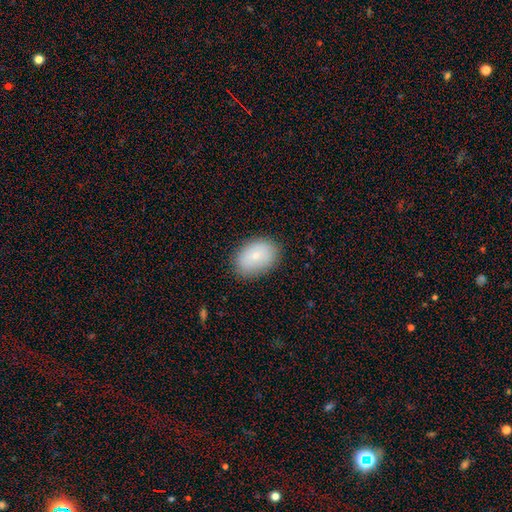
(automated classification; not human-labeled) smooth-or-featured: smooth: 79% | featured or disk: 14% | star or artifact: 8%
  how-rounded: in between: 82% | round: 17% | cigar-shaped: 1%
  merging: none: 85% | minor disturbance: 12% | major disturbance: 3% | merger: 1%